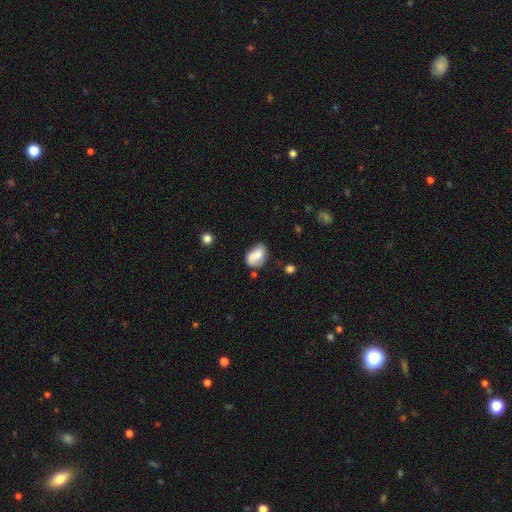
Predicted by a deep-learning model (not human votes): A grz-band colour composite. It shows a smooth galaxy with no disk features (69%) that is in between round and cigar-shaped (81%). Merging: none (49%).